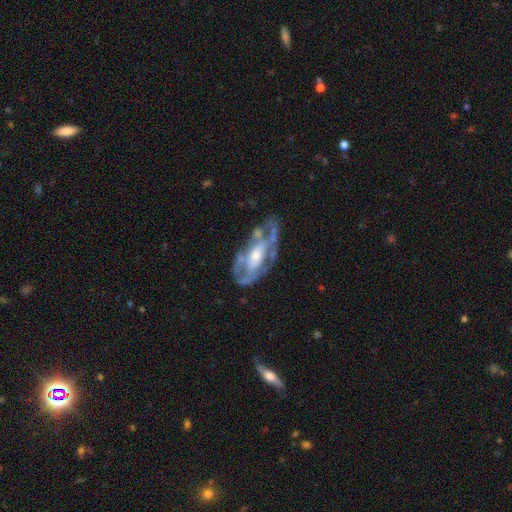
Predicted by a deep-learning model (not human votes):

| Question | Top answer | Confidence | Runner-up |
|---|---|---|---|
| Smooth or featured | featured or disk | 77% | smooth (17%) |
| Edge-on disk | no | 90% | yes (10%) |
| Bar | no | 59% | weak (27%) |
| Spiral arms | yes | 59% | no (41%) |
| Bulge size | moderate | 51% | small (35%) |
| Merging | none | 49% | minor disturbance (25%) |